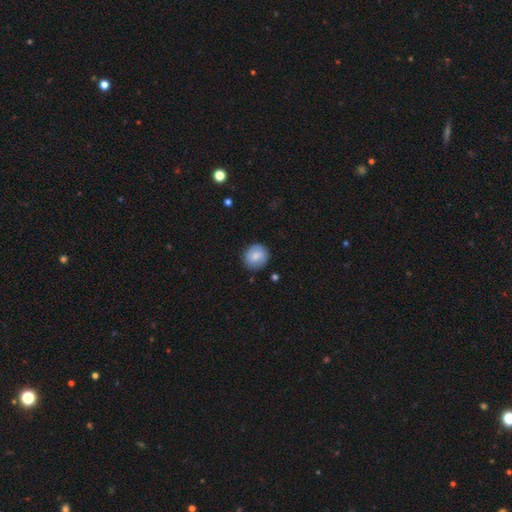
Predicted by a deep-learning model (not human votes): Q: Smooth or featured?
A: smooth (73%); runner-up: featured or disk (20%)
Q: How rounded?
A: round (85%); runner-up: in between (14%)
Q: Merging?
A: none (85%); runner-up: minor disturbance (11%)